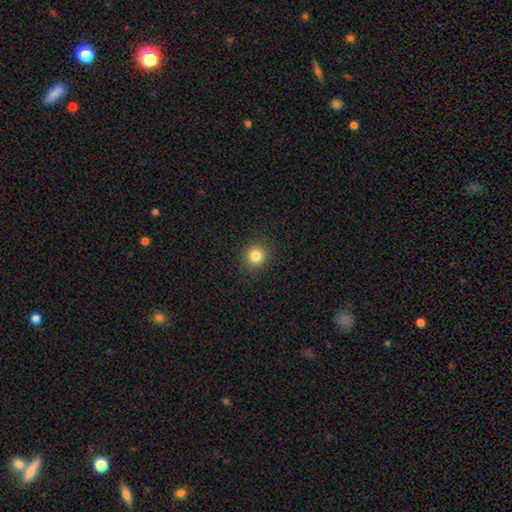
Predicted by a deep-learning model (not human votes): Smooth or featured? Predicted: smooth (p=0.83). How rounded? Predicted: round (p=0.89). Merging? Predicted: none (p=0.91).